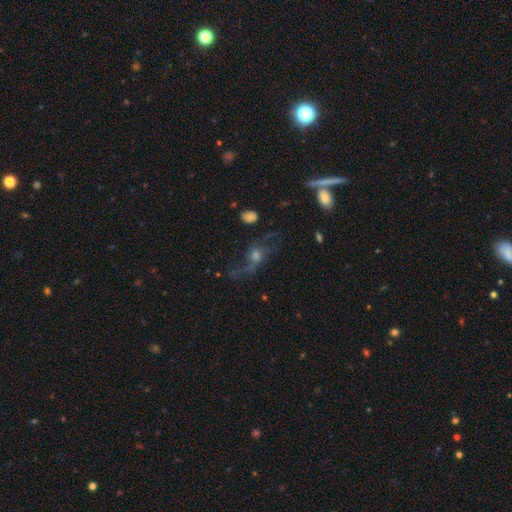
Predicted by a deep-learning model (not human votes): Overall: featured or disk (63%). Edge-on disk: no (86%). Bar: no (72%). Spiral arms: yes (79%). Bulge size: moderate (48%; small 32%). Merging: none (49%; major disturbance 27%).